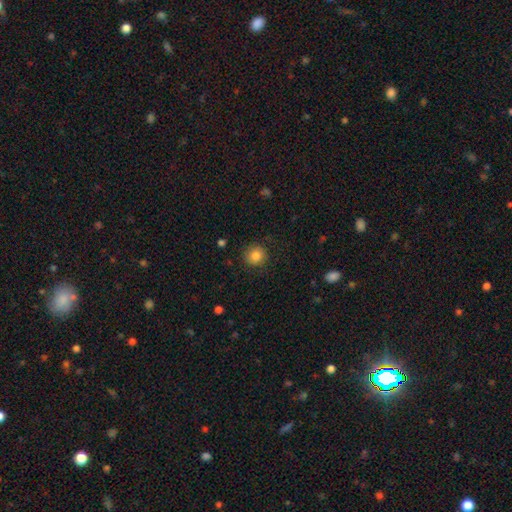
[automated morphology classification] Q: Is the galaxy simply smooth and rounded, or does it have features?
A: smooth — 84%.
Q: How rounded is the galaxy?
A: round — 90%.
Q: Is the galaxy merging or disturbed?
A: none — 86%.